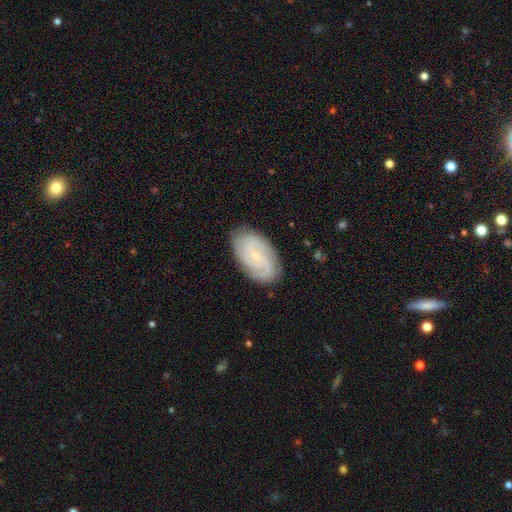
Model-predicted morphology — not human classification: A featured or disk galaxy (77%) with no bar (63%), 3 (29%) tight (50%) spiral arms (96%) and a small central bulge (81%). Merging: none (82%).